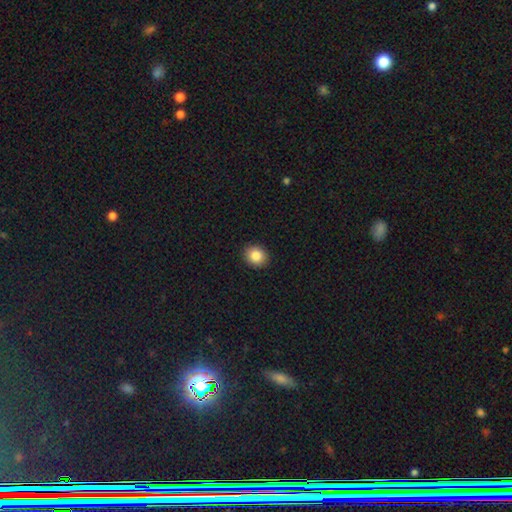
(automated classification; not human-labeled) This appears to be a smooth galaxy with no disk features (85%) that is round (68%). Merging: none (92%).